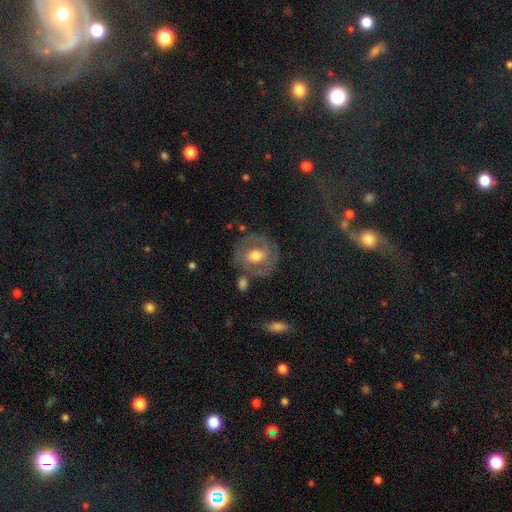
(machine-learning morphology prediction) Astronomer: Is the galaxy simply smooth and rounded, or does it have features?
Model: featured or disk — 65%.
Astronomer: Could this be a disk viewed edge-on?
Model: no — 96%.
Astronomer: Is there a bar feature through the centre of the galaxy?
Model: no — 50% (runner-up: weak, 37%).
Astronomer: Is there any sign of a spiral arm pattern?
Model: yes — 66%.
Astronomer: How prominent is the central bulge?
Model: moderate — 74%.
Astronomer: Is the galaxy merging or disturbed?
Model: none — 72%.